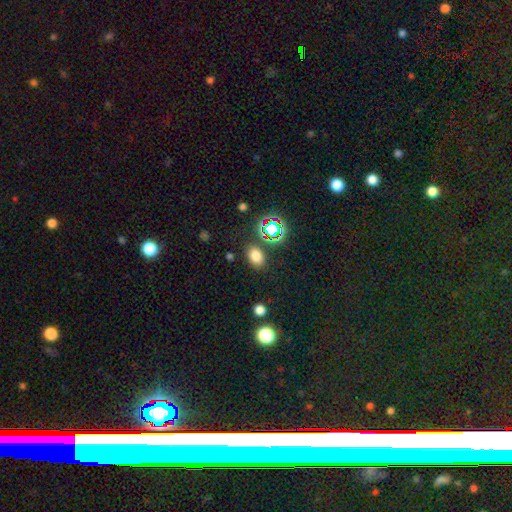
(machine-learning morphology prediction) This appears to be a smooth galaxy with no disk features (73%) that is in between round and cigar-shaped (75%). Merging: none (81%).